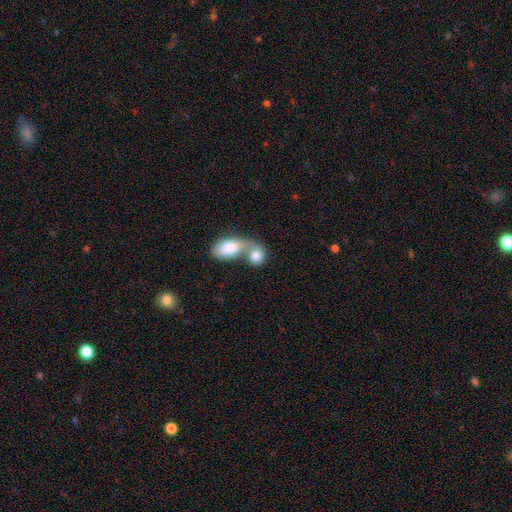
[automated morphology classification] smooth-or-featured: smooth: 80% | featured or disk: 13% | star or artifact: 6%
  how-rounded: in between: 55% | round: 42% | cigar-shaped: 3%
  merging: merger: 72% | none: 17% | minor disturbance: 6% | major disturbance: 5%